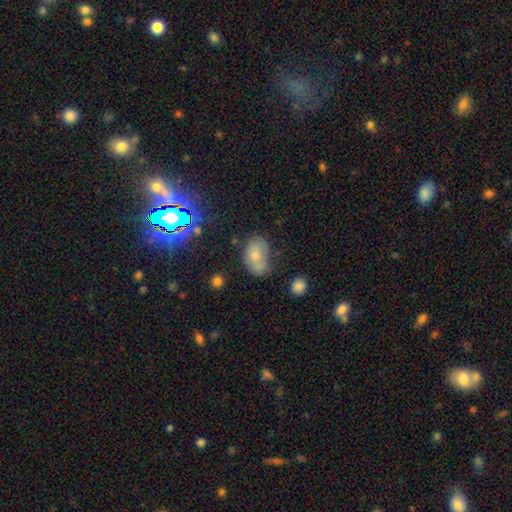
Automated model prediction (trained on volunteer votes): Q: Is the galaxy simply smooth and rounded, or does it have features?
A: smooth — 63%.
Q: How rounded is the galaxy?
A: in between — 82%.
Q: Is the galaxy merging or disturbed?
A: none — 49%.